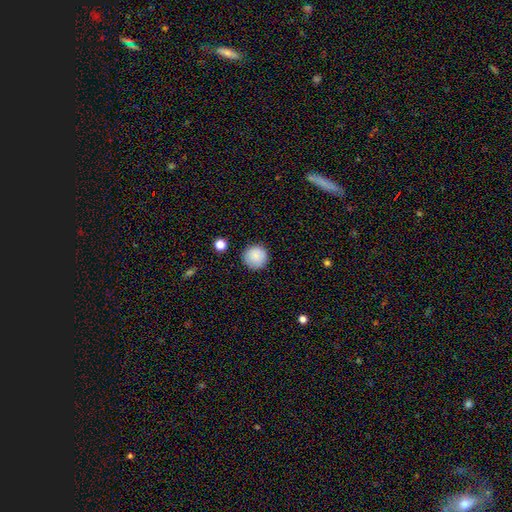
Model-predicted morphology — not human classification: The model was most divided on "smooth or featured": smooth: 87%, star or artifact: 8%, featured or disk: 5%. More confident: how rounded — round (96%); merging — none (89%).